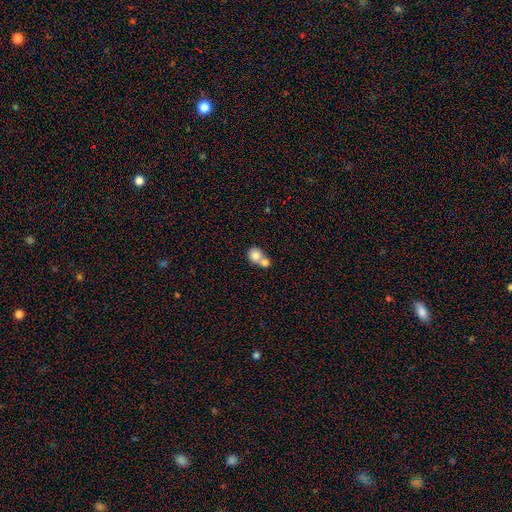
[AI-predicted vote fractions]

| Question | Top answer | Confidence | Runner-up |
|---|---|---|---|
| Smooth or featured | smooth | 79% | featured or disk (13%) |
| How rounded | round | 79% | in between (20%) |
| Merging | merger | 67% | none (26%) |